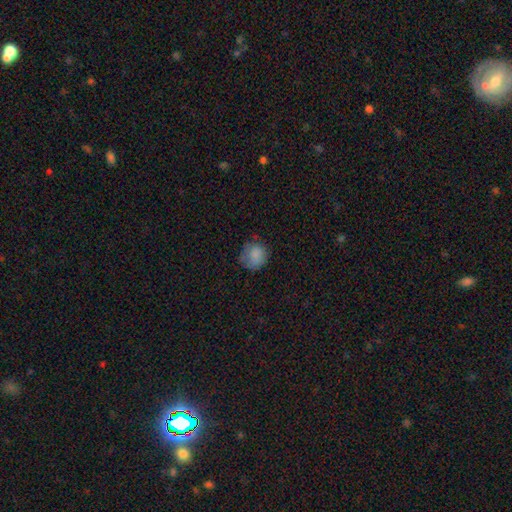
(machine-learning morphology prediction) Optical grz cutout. It shows a smooth galaxy with no disk features (81%) that is round (83%). Merging: none (64%).